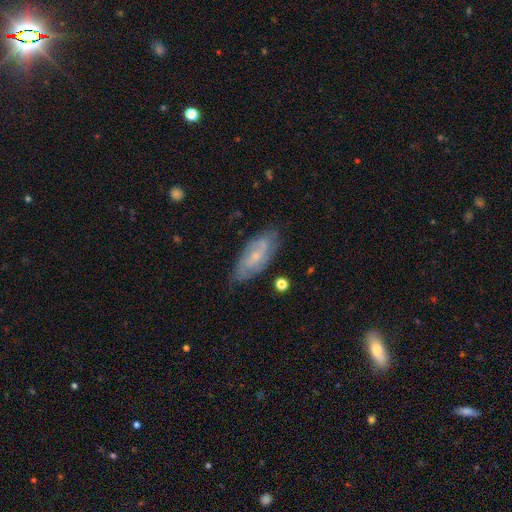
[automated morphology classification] The model was most divided on "bar": no: 47%, weak: 42%, strong: 10%. More confident: edge-on disk — no (88%); spiral arms — yes (84%); merging — none (75%); bulge size — small (69%); smooth or featured — featured or disk (63%).